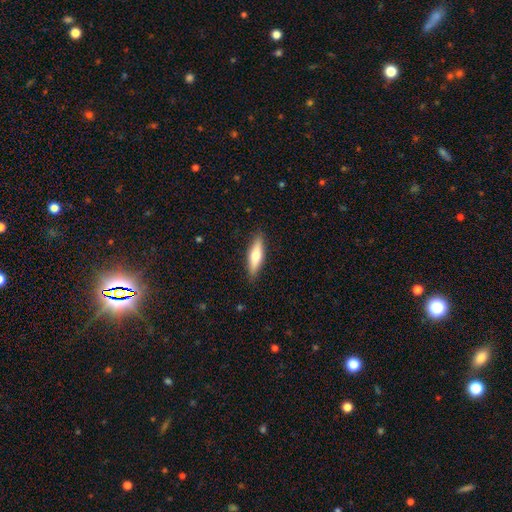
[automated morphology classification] Smooth or featured: smooth — 61% (featured or disk — 34%)
How rounded: cigar-shaped — 64% (in between — 34%)
Merging: none — 88% (minor disturbance — 9%)